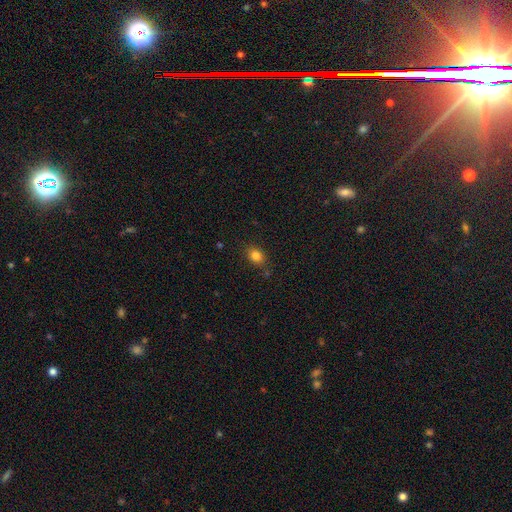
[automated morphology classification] Overall: smooth (82%). How rounded: in between (59%; round 40%). Merging: none (78%).